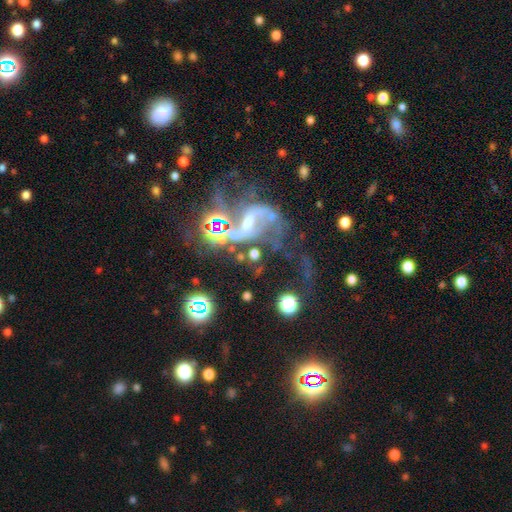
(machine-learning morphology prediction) smooth_or_featured: featured or disk (p=0.62) [alt: star or artifact p=0.25]
disk_edge_on: no (p=0.94) [alt: yes p=0.06]
bar: no (p=0.46) [alt: weak p=0.33]
has_spiral_arms: yes (p=0.75) [alt: no p=0.25]
bulge_size: small (p=0.43) [alt: moderate p=0.31]
merging: merger (p=0.37) [alt: none p=0.27]